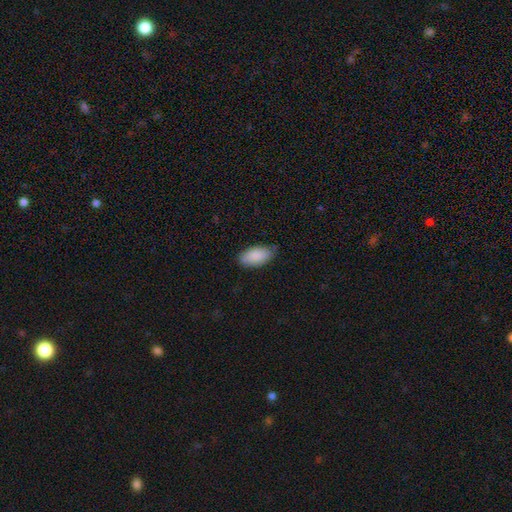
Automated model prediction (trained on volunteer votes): Q: Smooth or featured?
A: smooth (88%); runner-up: star or artifact (6%)
Q: How rounded?
A: in between (94%); runner-up: cigar-shaped (4%)
Q: Merging?
A: none (76%); runner-up: minor disturbance (19%)